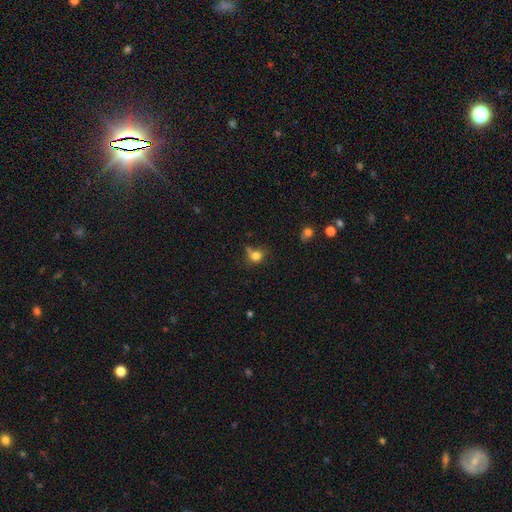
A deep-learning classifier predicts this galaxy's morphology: A smooth galaxy with no disk features (77%) that is round (62%). Merging: none (46%).